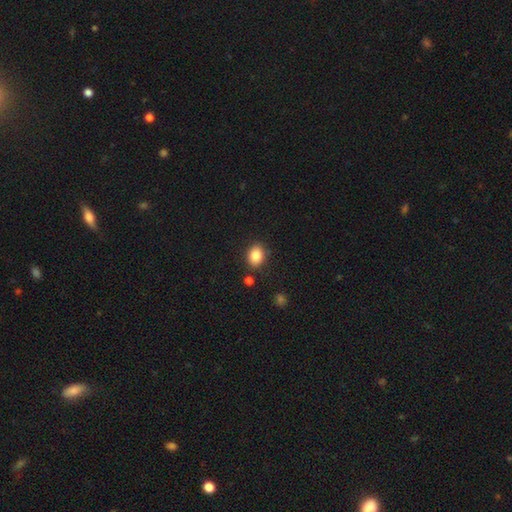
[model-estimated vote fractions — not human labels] This appears to be a smooth galaxy with no disk features (86%) that is in between round and cigar-shaped (61%). Merging: none (84%).